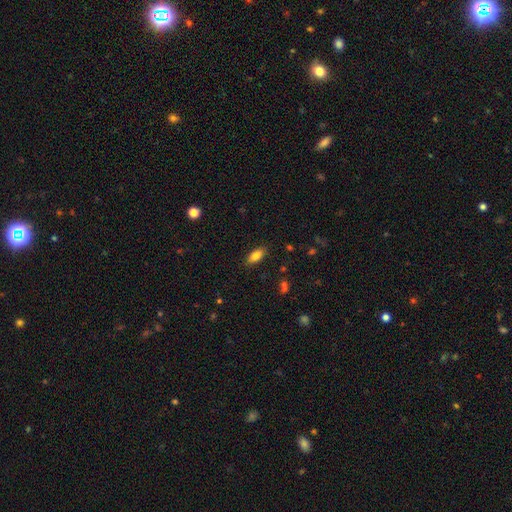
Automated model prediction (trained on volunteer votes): Smooth or featured? Predicted: smooth (p=0.81). How rounded? Predicted: in between (p=0.83). Merging? Predicted: none (p=0.86).